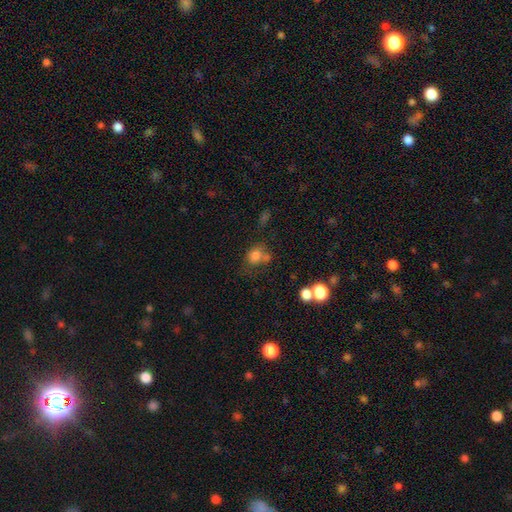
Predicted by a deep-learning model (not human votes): Smooth or featured? smooth (77%)
How rounded? round (54%)
Merging? none (47%)